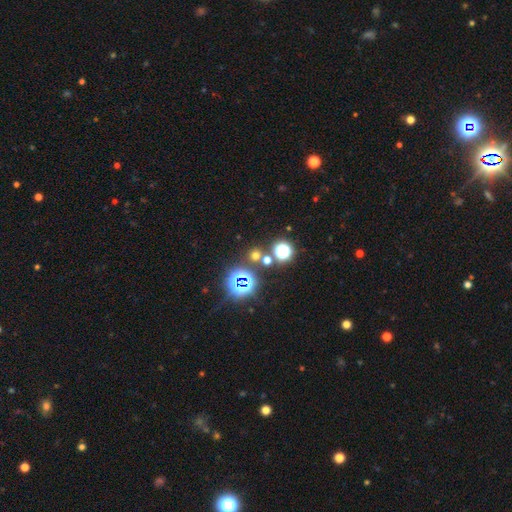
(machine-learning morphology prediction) Smooth or featured?
  - smooth: 49% *
  - star or artifact: 43%
  - featured or disk: 7%
Merging?
  - none: 76% *
  - merger: 13%
  - minor disturbance: 7%
  - major disturbance: 4%